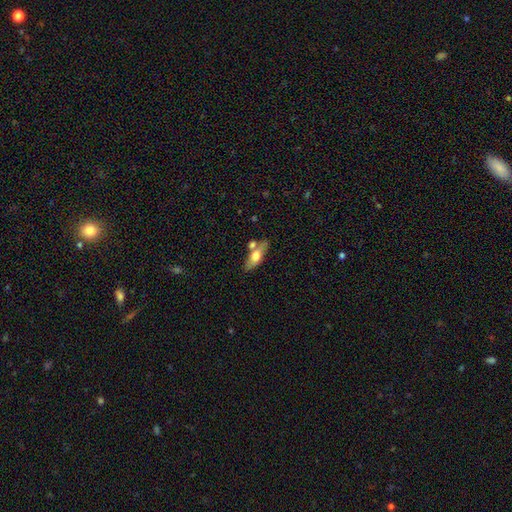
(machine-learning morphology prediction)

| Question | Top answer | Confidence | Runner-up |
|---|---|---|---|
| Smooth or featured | smooth | 55% | featured or disk (38%) |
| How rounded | in between | 58% | cigar-shaped (38%) |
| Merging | none | 65% | merger (17%) |